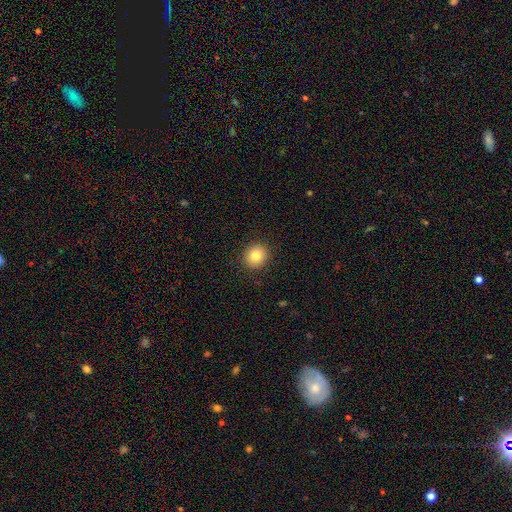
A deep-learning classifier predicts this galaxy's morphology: Smooth or featured? Predicted: smooth (p=0.83). How rounded? Predicted: round (p=0.82). Merging? Predicted: none (p=0.91).